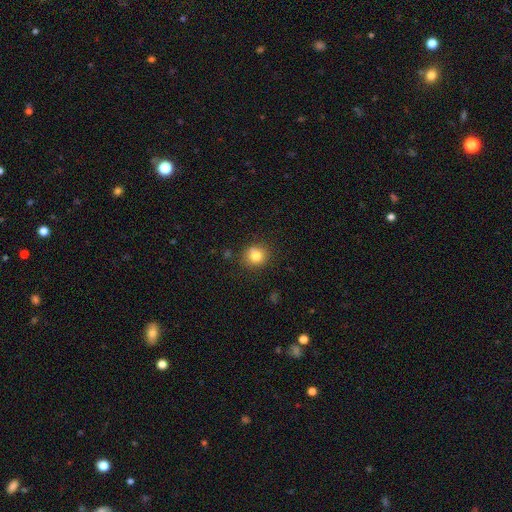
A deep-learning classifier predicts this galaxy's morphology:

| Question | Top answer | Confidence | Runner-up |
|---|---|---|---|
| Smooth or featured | smooth | 80% | star or artifact (12%) |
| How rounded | round | 82% | in between (18%) |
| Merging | none | 81% | minor disturbance (12%) |